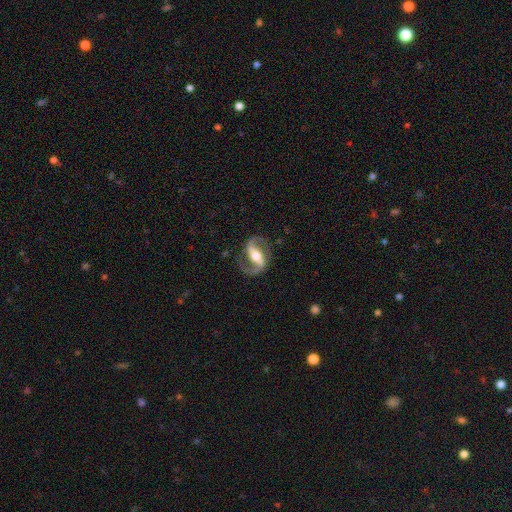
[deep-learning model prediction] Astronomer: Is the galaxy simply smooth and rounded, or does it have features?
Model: featured or disk — 90%.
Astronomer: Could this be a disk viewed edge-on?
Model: no — 96%.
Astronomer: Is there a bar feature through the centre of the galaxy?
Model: strong — 56%.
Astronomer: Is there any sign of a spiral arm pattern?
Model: yes — 96%.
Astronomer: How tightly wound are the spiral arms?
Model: medium — 52% (runner-up: loose, 35%).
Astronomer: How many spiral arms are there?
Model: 2 — 92%.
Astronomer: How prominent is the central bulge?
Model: moderate — 66%.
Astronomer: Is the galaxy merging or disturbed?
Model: none — 80%.